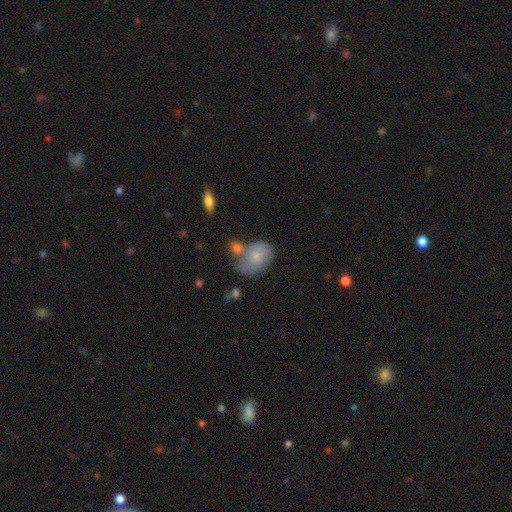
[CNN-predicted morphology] The model was most divided on "merging": none: 40%, merger: 27%, minor disturbance: 23%, major disturbance: 9%. More confident: how rounded — in between (73%); smooth or featured — smooth (70%).